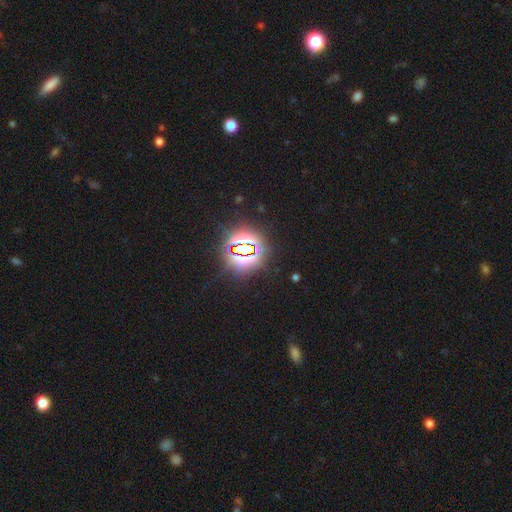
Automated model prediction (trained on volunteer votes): A star or artifact, not a galaxy (82%).